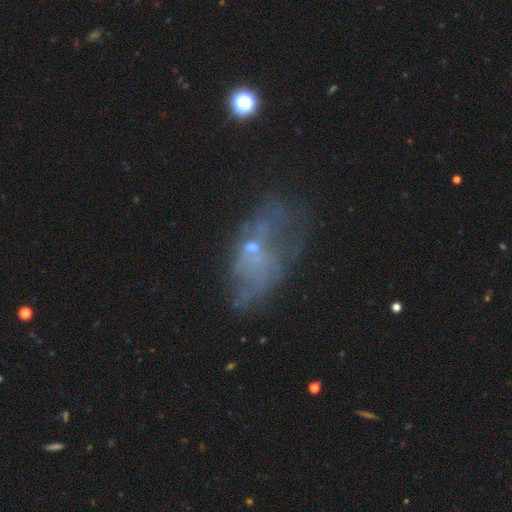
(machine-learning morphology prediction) This appears to be a featured or disk galaxy (49%). Merging: none (38%).